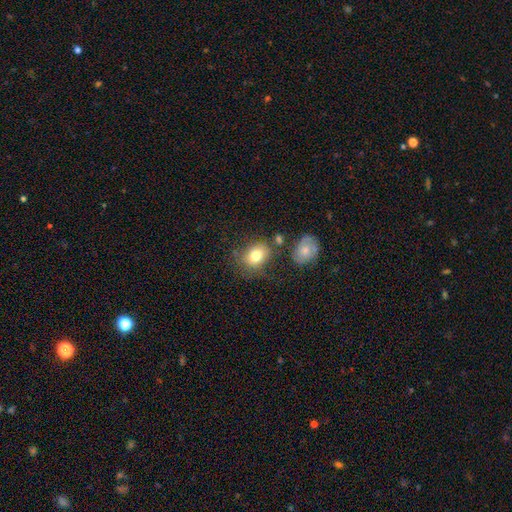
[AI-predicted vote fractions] Smooth or featured? Predicted: smooth (p=0.79). How rounded? Predicted: in between (p=0.58). Merging? Predicted: none (p=0.65).